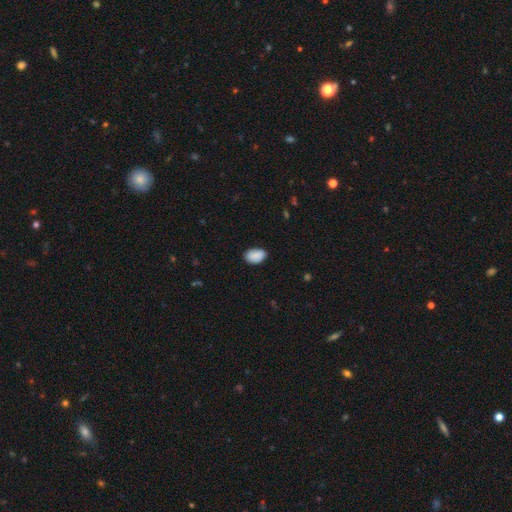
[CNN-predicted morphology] smooth-or-featured: smooth: 88% | star or artifact: 7% | featured or disk: 5%
  how-rounded: in between: 87% | round: 12% | cigar-shaped: 1%
  merging: none: 80% | minor disturbance: 16% | major disturbance: 3% | merger: 1%